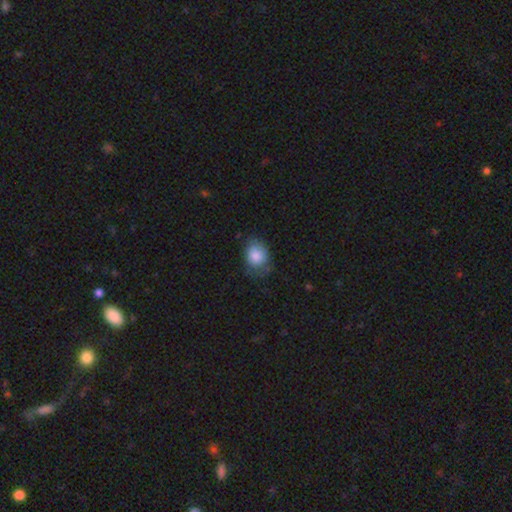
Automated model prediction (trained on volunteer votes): This is clearly a smooth galaxy (83%). How rounded: possibly in between (57%). Merging: possibly none (54%).